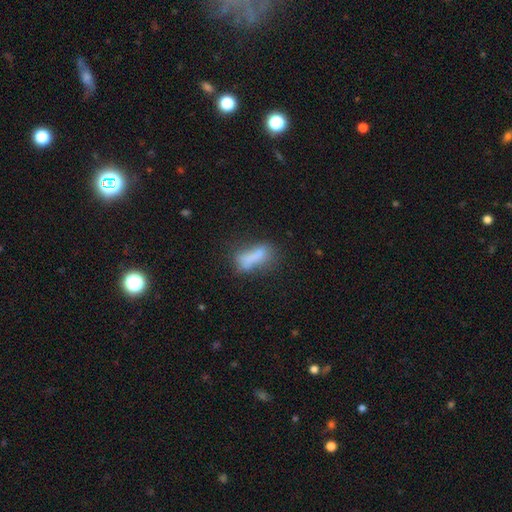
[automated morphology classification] Smooth or featured?
  - smooth: 67% *
  - featured or disk: 21%
  - star or artifact: 11%
How rounded?
  - in between: 53% *
  - cigar-shaped: 43%
  - round: 4%
Merging?
  - none: 50% *
  - minor disturbance: 24%
  - major disturbance: 13%
  - merger: 13%